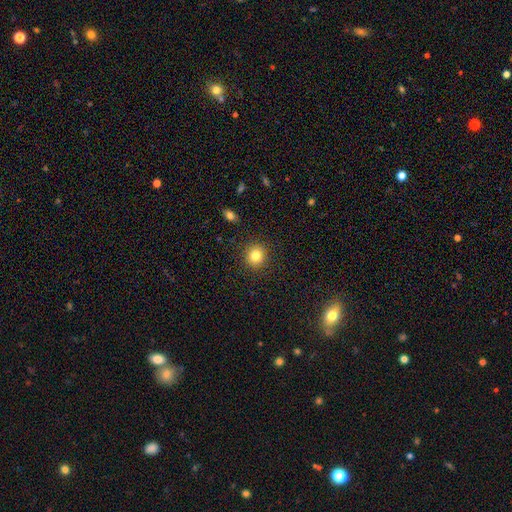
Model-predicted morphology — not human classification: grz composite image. It shows a smooth galaxy with no disk features (82%) that is round (90%). Merging: none (91%).